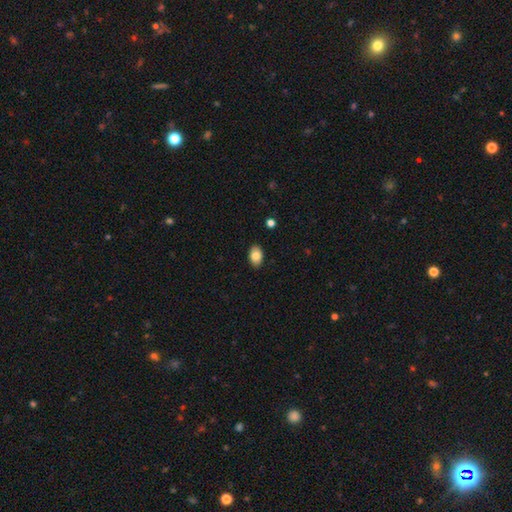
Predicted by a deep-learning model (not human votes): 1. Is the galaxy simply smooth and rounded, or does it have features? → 84% smooth, 8% featured or disk, 7% star or artifact.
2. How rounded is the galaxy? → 88% in between, 10% round, 1% cigar-shaped.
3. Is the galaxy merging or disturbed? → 89% none, 8% minor disturbance, 2% major disturbance, 1% merger.